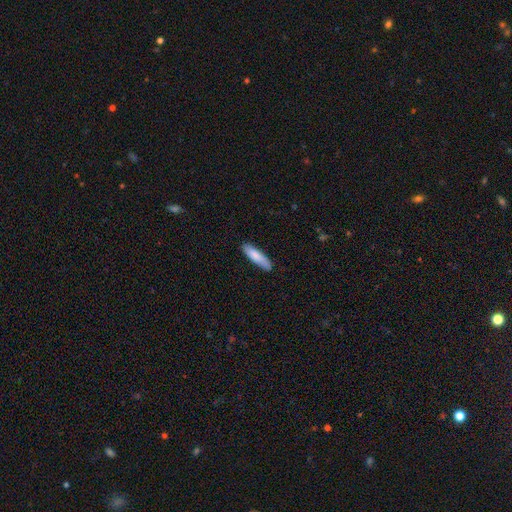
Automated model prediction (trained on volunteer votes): smooth 83%, featured or disk 11%, star or artifact 5%. Down the decision tree: how rounded — cigar-shaped (71%); merging — none (84%).